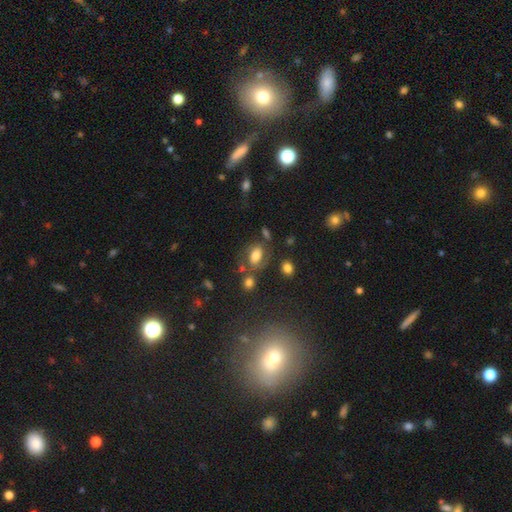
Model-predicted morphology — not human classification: This appears to be a smooth galaxy with no disk features (64%) that is in between round and cigar-shaped (81%). Merging: none (56%).